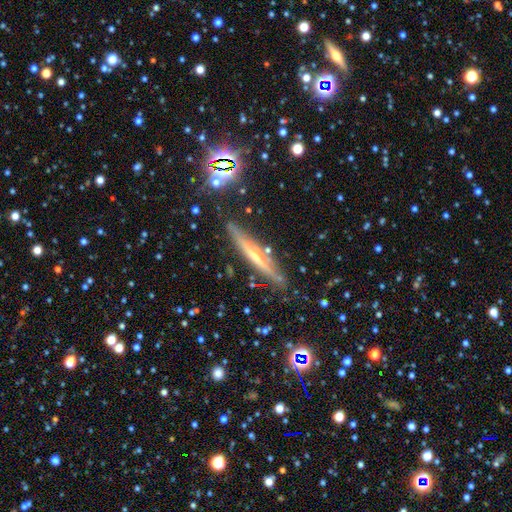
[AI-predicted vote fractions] Smooth or featured?
  - featured or disk: 62% *
  - smooth: 25%
  - star or artifact: 13%
Edge-on disk?
  - yes: 93% *
  - no: 7%
Edge-on bulge?
  - rounded: 52% *
  - none: 40%
  - boxy: 8%
Merging?
  - none: 83% *
  - minor disturbance: 12%
  - merger: 3%
  - major disturbance: 3%